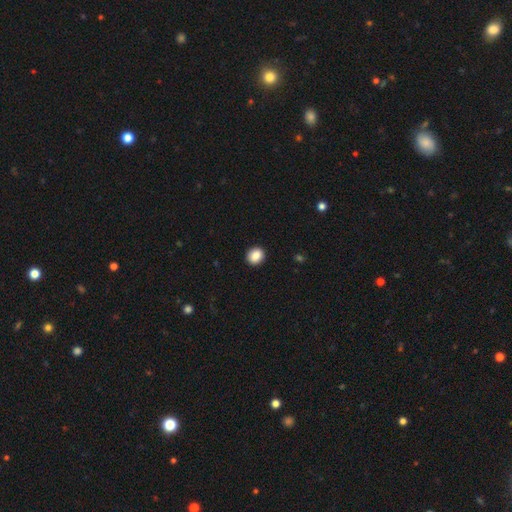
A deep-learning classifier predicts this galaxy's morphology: Overall: smooth (87%). How rounded: round (67%; in between 32%). Merging: none (92%).